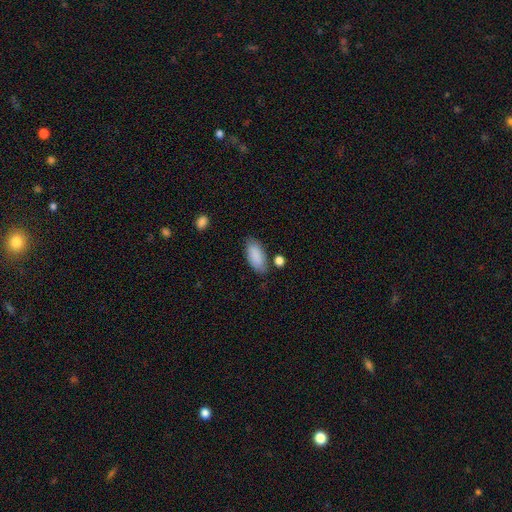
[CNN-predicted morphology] Q: Smooth or featured?
A: smooth (87%); runner-up: featured or disk (7%)
Q: How rounded?
A: in between (91%); runner-up: cigar-shaped (7%)
Q: Merging?
A: none (73%); runner-up: minor disturbance (17%)